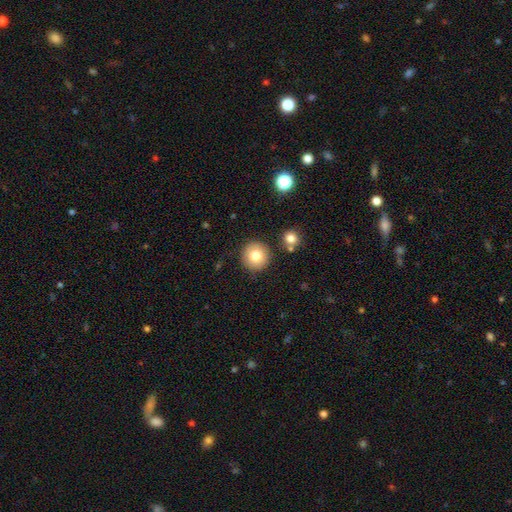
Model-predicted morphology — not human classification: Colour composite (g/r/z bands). It shows a smooth galaxy with no disk features (78%) that is round (95%). Merging: none (87%).